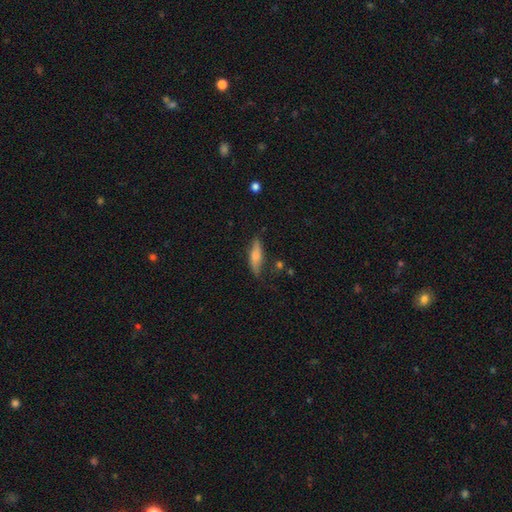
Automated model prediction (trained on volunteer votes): This is likely a smooth galaxy (69%). How rounded: possibly cigar-shaped (58%). Merging: likely none (71%).